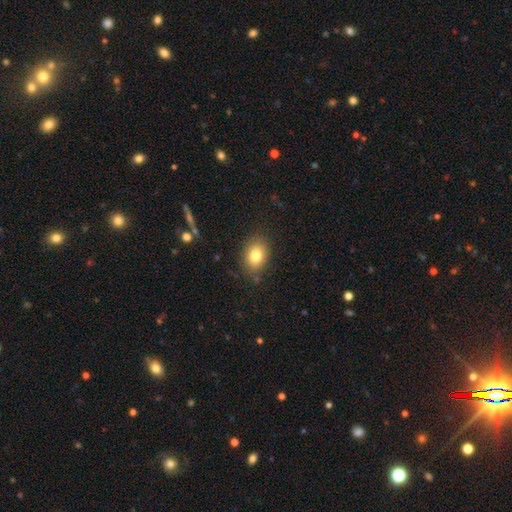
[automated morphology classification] smooth-or-featured: smooth: 80% | featured or disk: 10% | star or artifact: 10%
  how-rounded: in between: 68% | round: 31% | cigar-shaped: 1%
  merging: none: 83% | minor disturbance: 12% | major disturbance: 3% | merger: 2%